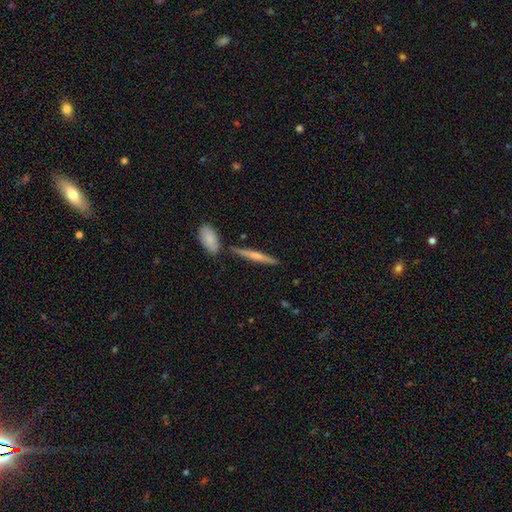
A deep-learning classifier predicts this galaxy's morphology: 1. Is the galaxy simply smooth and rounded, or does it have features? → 49% featured or disk, 45% smooth, 6% star or artifact.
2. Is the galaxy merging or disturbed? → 82% none, 9% minor disturbance, 7% merger, 2% major disturbance.